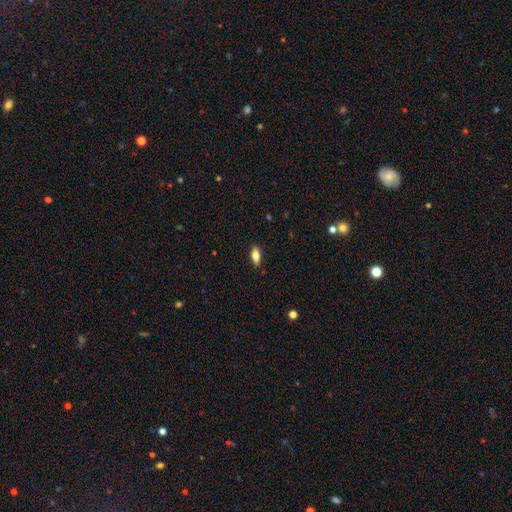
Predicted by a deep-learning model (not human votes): Overall: smooth (72%). How rounded: in between (78%). Merging: none (87%).